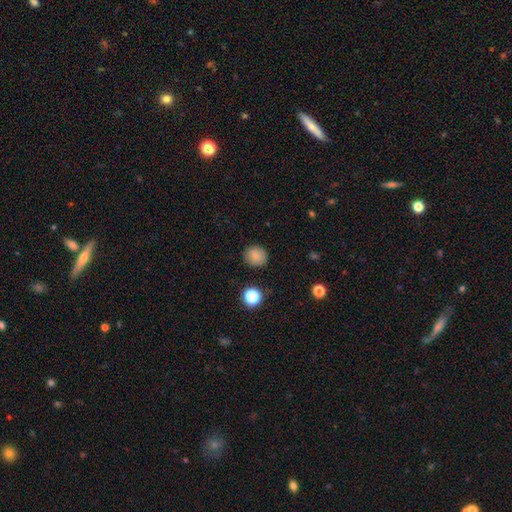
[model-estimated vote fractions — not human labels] The model was most divided on "how rounded": round: 84%, in between: 15%, cigar-shaped: 1%. More confident: merging — none (87%); smooth or featured — smooth (82%).